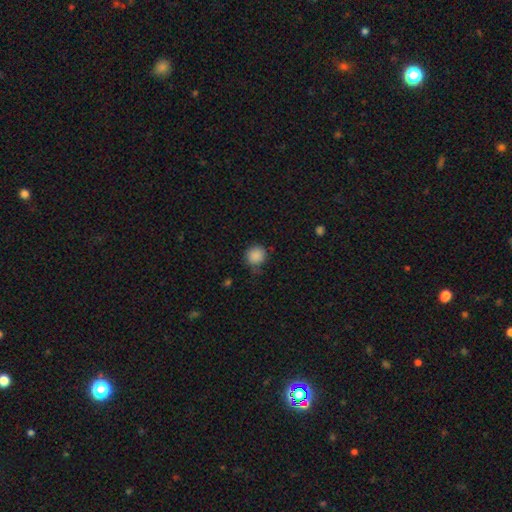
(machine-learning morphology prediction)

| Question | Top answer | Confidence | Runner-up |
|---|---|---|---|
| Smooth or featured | smooth | 87% | star or artifact (10%) |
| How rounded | round | 89% | in between (10%) |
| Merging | none | 73% | minor disturbance (20%) |